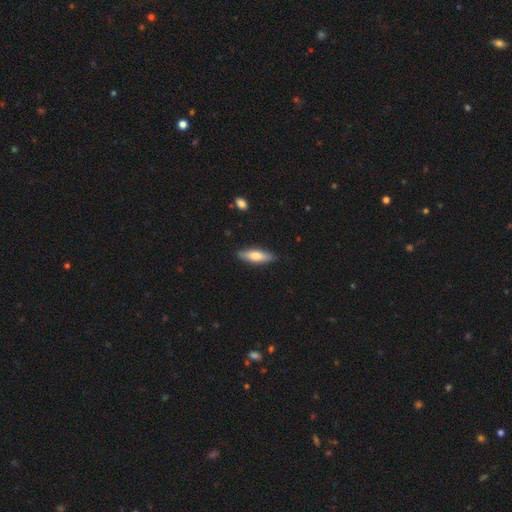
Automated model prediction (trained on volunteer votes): smooth 67%, featured or disk 27%, star or artifact 5%. Down the decision tree: how rounded — cigar-shaped (53%); merging — none (88%).